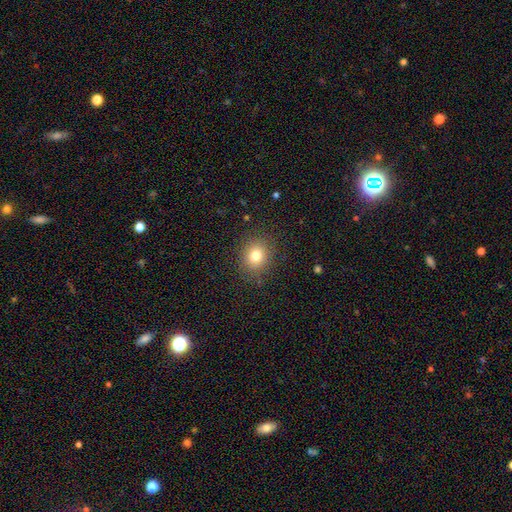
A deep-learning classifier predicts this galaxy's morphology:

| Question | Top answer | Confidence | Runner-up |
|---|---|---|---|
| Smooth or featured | smooth | 79% | star or artifact (13%) |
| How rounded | round | 74% | in between (25%) |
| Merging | none | 87% | minor disturbance (9%) |